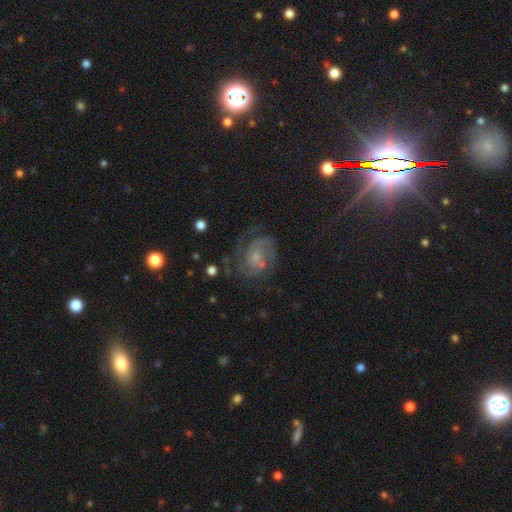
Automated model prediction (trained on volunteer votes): A featured or disk galaxy (70%) with no bar (60%), 2 (48%) medium (45%) spiral arms (91%) and a small central bulge (59%). Merging: none (61%).